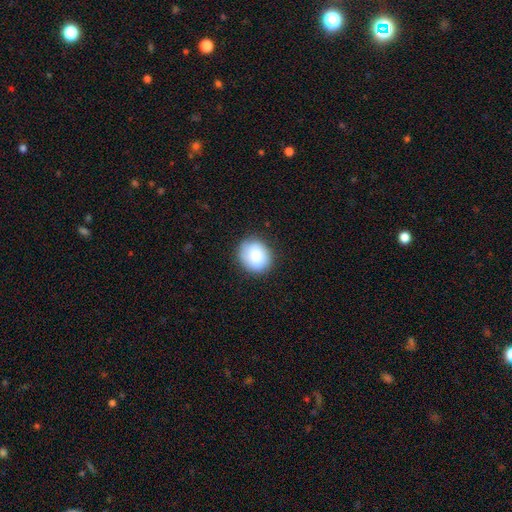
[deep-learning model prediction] Morphology: type=smooth (80%); roundness=round (75%); merging=none (82%).